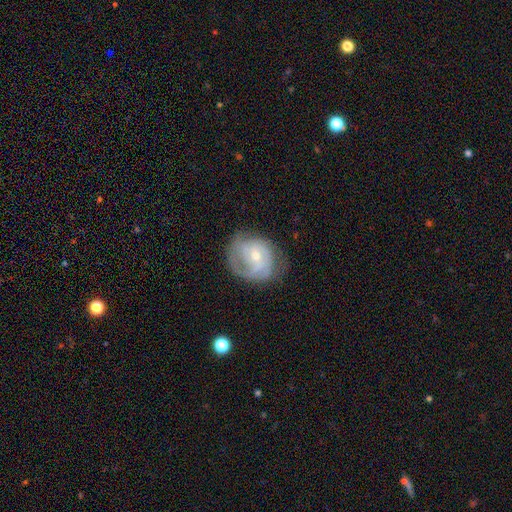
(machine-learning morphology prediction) This is likely a featured or disk galaxy (76%). It is clearly not viewed edge-on (97%). Bar: possibly no (57%). Spiral arm pattern: clearly yes (90%). Spiral arm count: marginally 2 (39%). Spiral winding: possibly tight (52%). Central bulge: possibly small (56%). Merging: likely none (61%).